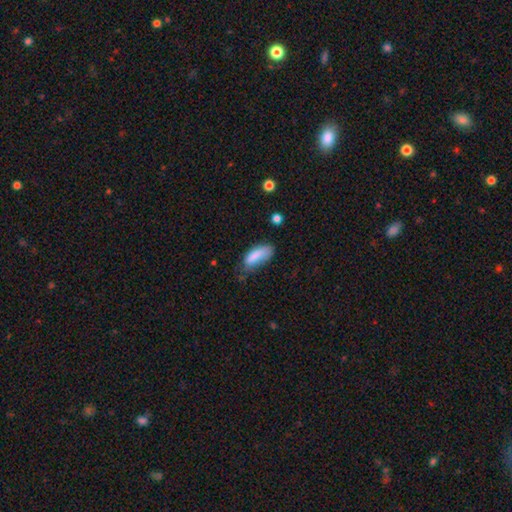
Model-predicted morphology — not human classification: This appears to be a smooth galaxy with no disk features (83%) that is in between round and cigar-shaped (75%). Merging: none (45%).